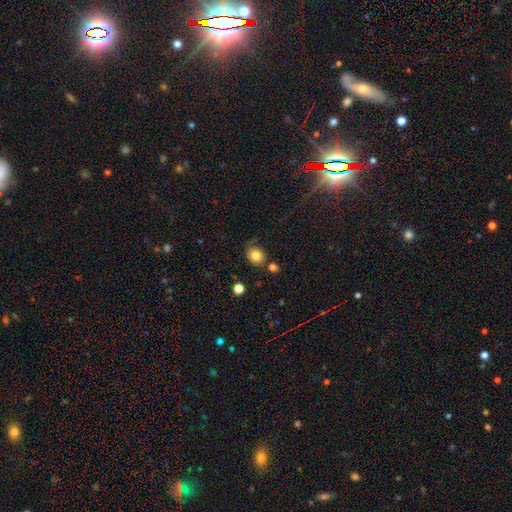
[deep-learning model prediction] Smooth or featured?
  - smooth: 83% *
  - star or artifact: 11%
  - featured or disk: 7%
How rounded?
  - round: 59% *
  - in between: 40%
  - cigar-shaped: 1%
Merging?
  - none: 70% *
  - minor disturbance: 18%
  - merger: 7%
  - major disturbance: 5%